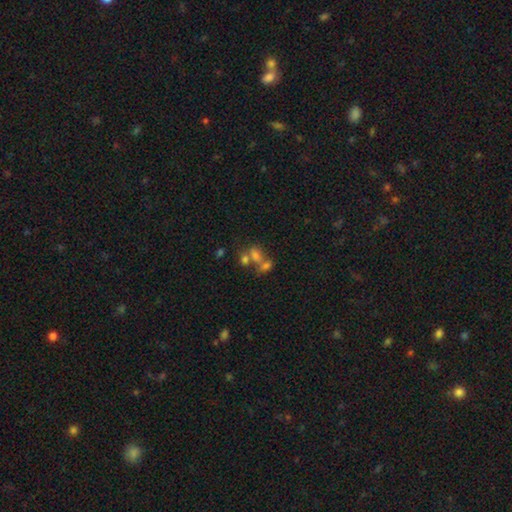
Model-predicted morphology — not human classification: Smooth or featured: smooth — 63% (featured or disk — 19%)
How rounded: in between — 71% (round — 26%)
Merging: merger — 58% (none — 27%)